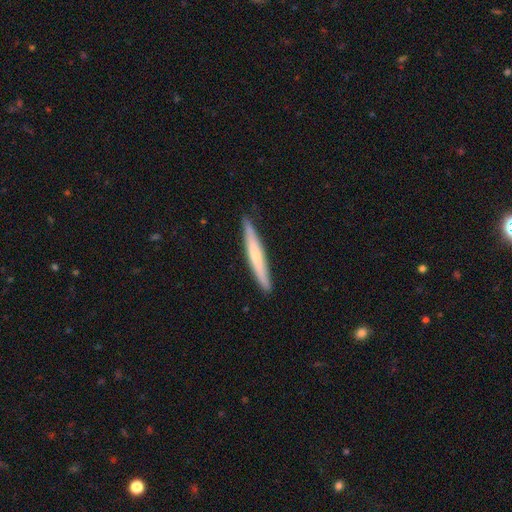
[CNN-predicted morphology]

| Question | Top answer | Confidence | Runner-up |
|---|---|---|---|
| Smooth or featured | smooth | 50% | featured or disk (45%) |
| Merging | none | 90% | minor disturbance (8%) |